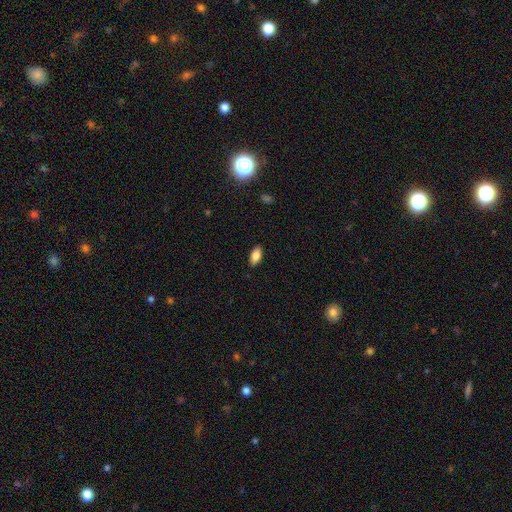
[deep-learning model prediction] smooth-or-featured: smooth: 87% | star or artifact: 7% | featured or disk: 6%
  how-rounded: in between: 91% | cigar-shaped: 6% | round: 3%
  merging: none: 89% | minor disturbance: 8% | major disturbance: 2% | merger: 1%